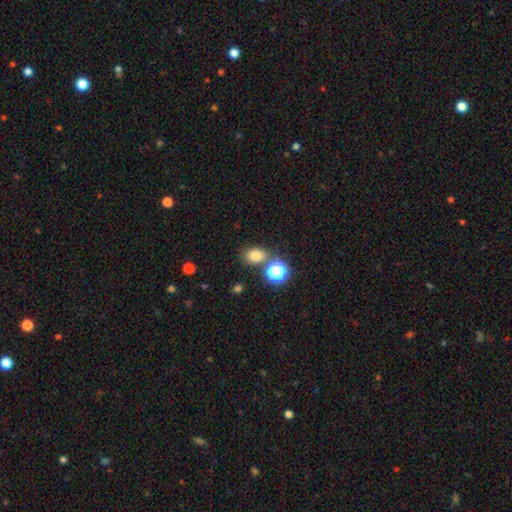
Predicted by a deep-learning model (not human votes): Q: Smooth or featured?
A: smooth (77%); runner-up: star or artifact (16%)
Q: How rounded?
A: in between (58%); runner-up: round (40%)
Q: Merging?
A: none (71%); runner-up: merger (13%)